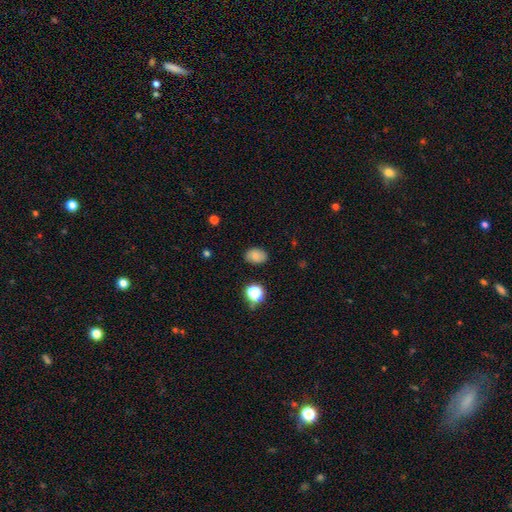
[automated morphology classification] Smooth or featured?
  - smooth: 81% *
  - star or artifact: 12%
  - featured or disk: 6%
How rounded?
  - in between: 78% *
  - round: 21%
  - cigar-shaped: 1%
Merging?
  - none: 83% *
  - minor disturbance: 13%
  - major disturbance: 3%
  - merger: 2%